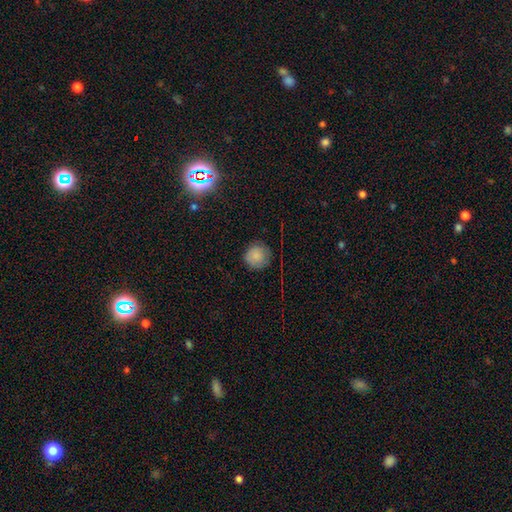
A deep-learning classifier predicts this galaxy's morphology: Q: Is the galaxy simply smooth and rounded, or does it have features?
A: smooth — 81%.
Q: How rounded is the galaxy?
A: round — 93%.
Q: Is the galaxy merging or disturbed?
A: none — 75%.